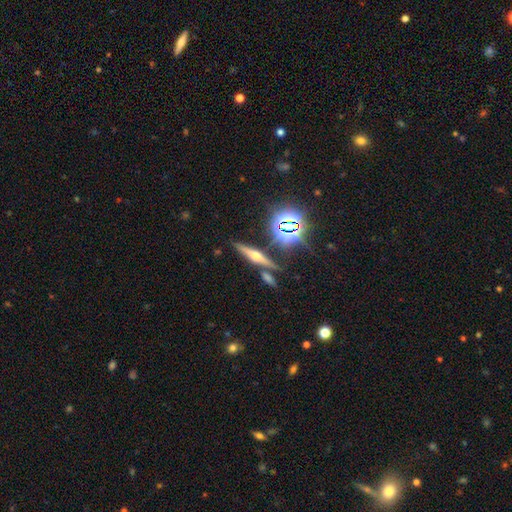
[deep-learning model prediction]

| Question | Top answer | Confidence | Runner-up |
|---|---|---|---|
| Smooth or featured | featured or disk | 56% | smooth (24%) |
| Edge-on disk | yes | 92% | no (8%) |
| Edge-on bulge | rounded | 91% | boxy (6%) |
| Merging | none | 77% | minor disturbance (10%) |